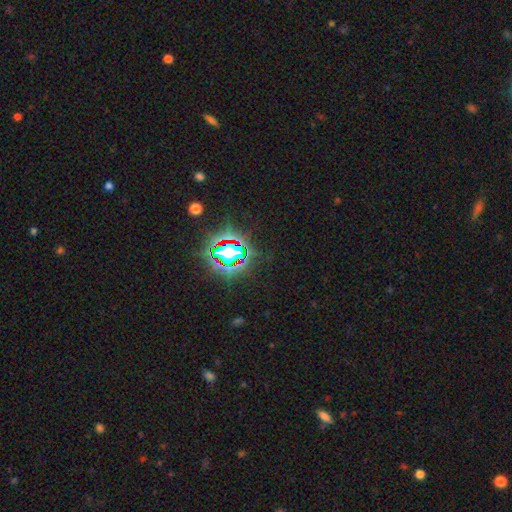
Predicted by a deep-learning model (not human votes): Q: Smooth or featured?
A: star or artifact (79%); runner-up: smooth (13%)